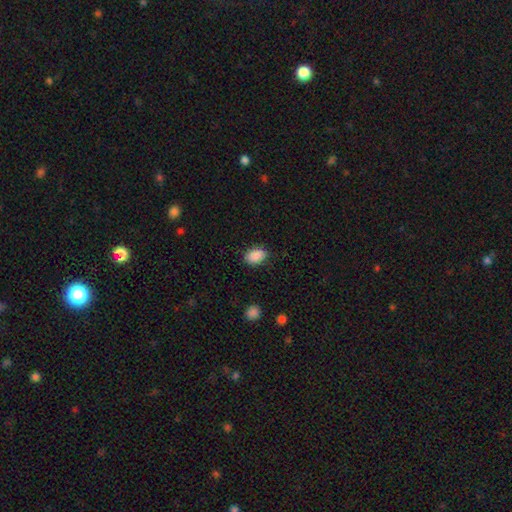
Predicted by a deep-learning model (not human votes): This is clearly a smooth galaxy (89%). How rounded: clearly in between (85%). Merging: clearly none (83%).